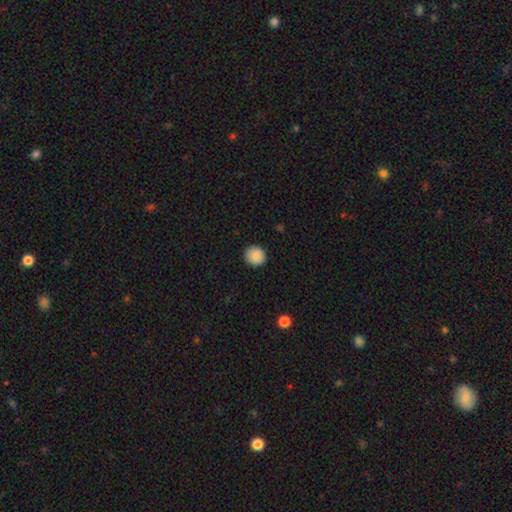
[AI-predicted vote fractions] Morphology: type=smooth (87%); roundness=round (92%); merging=none (91%).